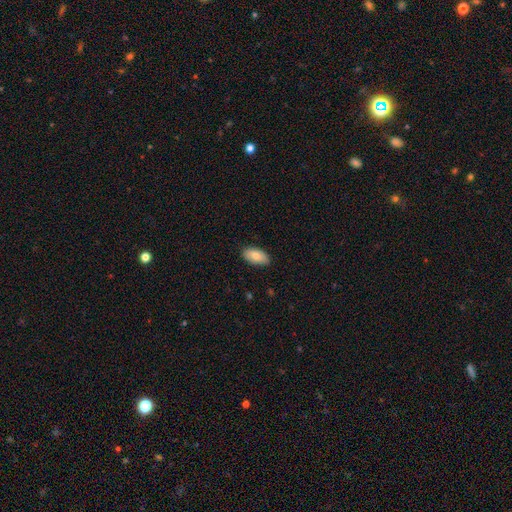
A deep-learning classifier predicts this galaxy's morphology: A smooth galaxy with no disk features (82%) that is in between round and cigar-shaped (94%). Merging: none (86%).